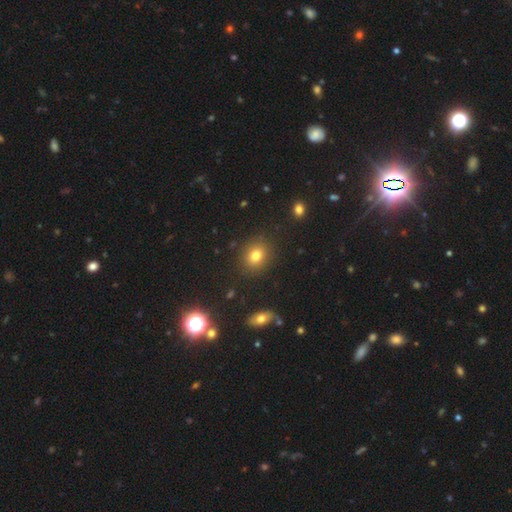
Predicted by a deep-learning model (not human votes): smooth_or_featured: smooth (p=0.78) [alt: star or artifact p=0.14]
how_rounded: round (p=0.66) [alt: in between p=0.33]
merging: none (p=0.87) [alt: minor disturbance p=0.08]